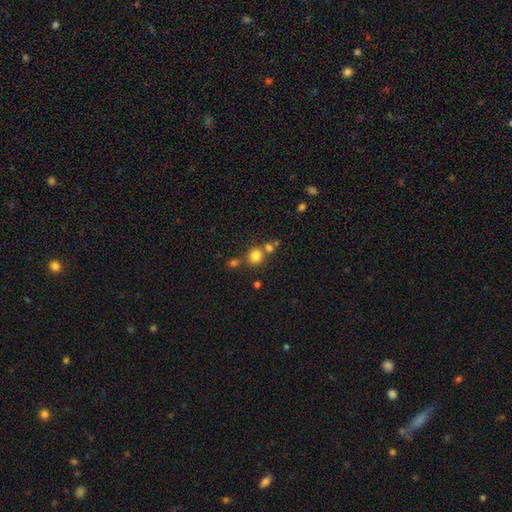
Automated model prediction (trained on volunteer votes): Smooth or featured? Predicted: smooth (p=0.80). How rounded? Predicted: round (p=0.89). Merging? Predicted: none (p=0.67).